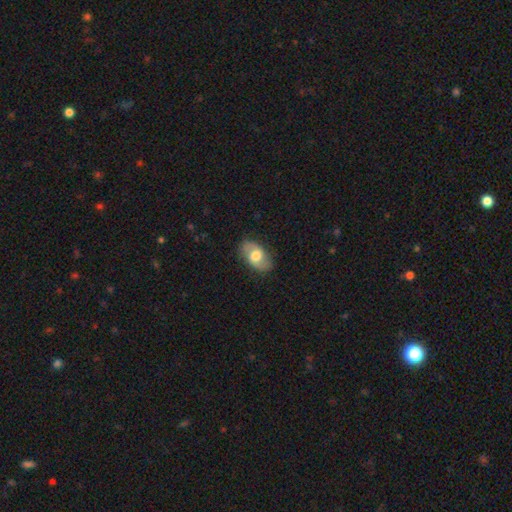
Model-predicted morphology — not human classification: Smooth or featured? Predicted: featured or disk (p=0.52). Edge-on disk? Predicted: no (p=0.93). Merging? Predicted: none (p=0.82).